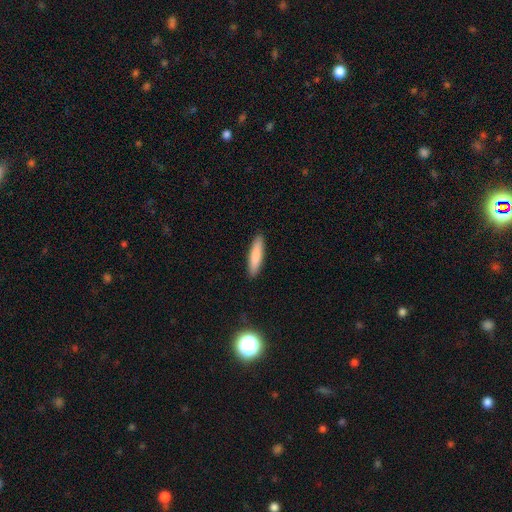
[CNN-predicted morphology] The model was most divided on "how rounded": cigar-shaped: 79%, in between: 20%, round: 1%. More confident: merging — none (91%); smooth or featured — smooth (83%).